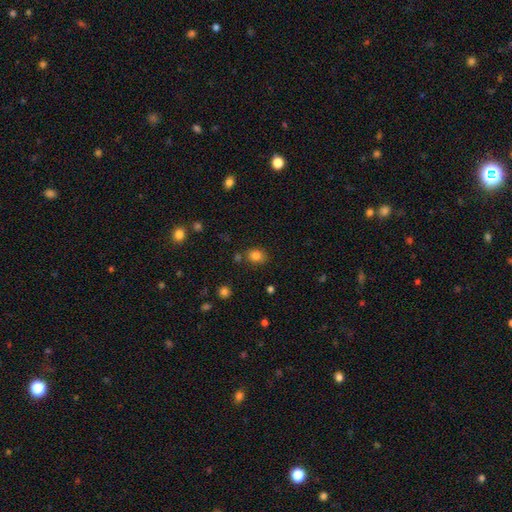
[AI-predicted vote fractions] smooth-or-featured: smooth: 83% | star or artifact: 12% | featured or disk: 5%
  how-rounded: round: 53% | in between: 46% | cigar-shaped: 1%
  merging: none: 74% | minor disturbance: 14% | merger: 7% | major disturbance: 4%